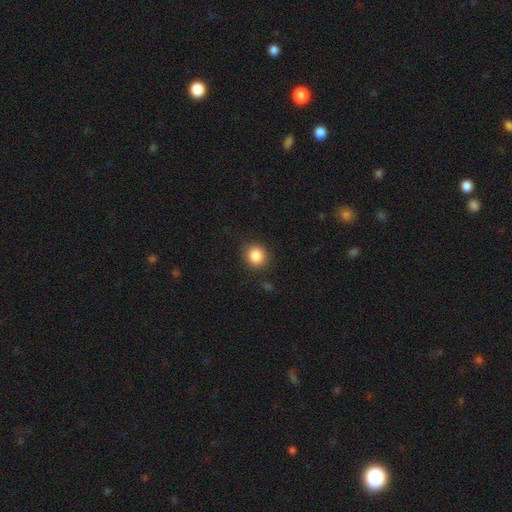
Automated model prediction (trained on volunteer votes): Overall: smooth (86%). How rounded: round (85%). Merging: none (86%).